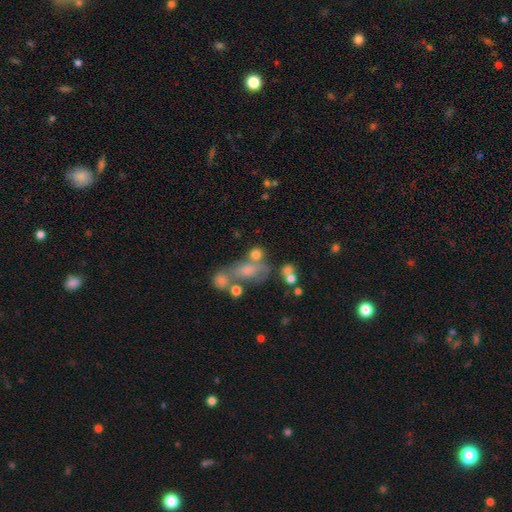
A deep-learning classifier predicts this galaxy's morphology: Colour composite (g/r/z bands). It shows a smooth galaxy with no disk features (55%) that is in between round and cigar-shaped (63%). Merging: merger (35%).